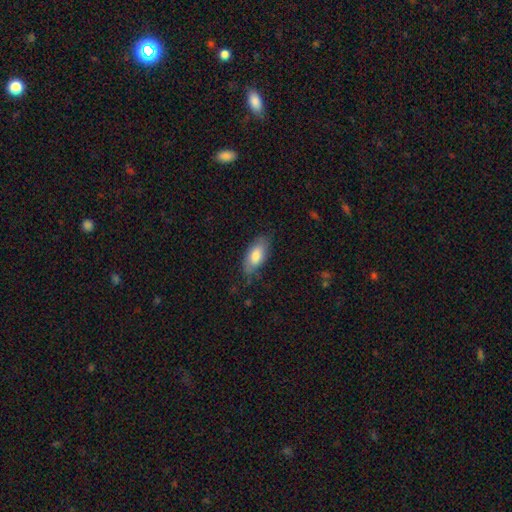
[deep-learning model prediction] The model was most divided on "merging": none: 73%, minor disturbance: 21%, major disturbance: 5%, merger: 1%. More confident: how rounded — in between (86%); smooth or featured — smooth (77%).